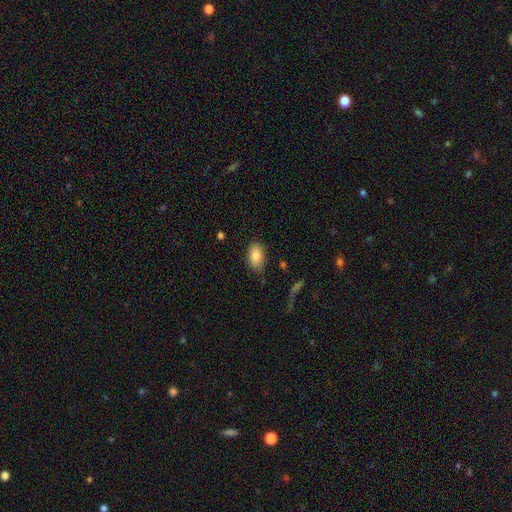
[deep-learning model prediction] Overall: smooth (84%). How rounded: in between (90%). Merging: none (79%).